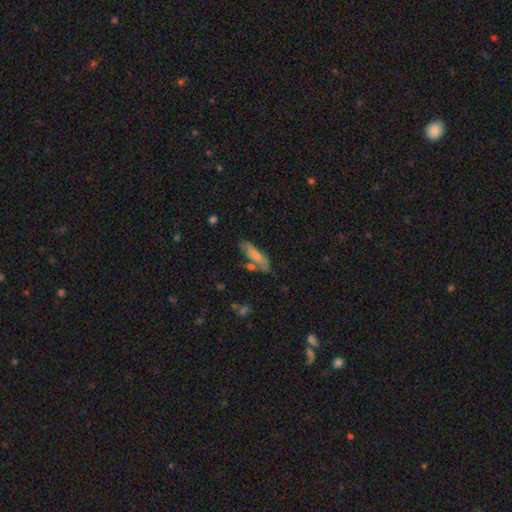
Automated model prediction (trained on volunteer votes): This appears to be a smooth galaxy with no disk features (71%) that is cigar-shaped (56%). Merging: none (56%).